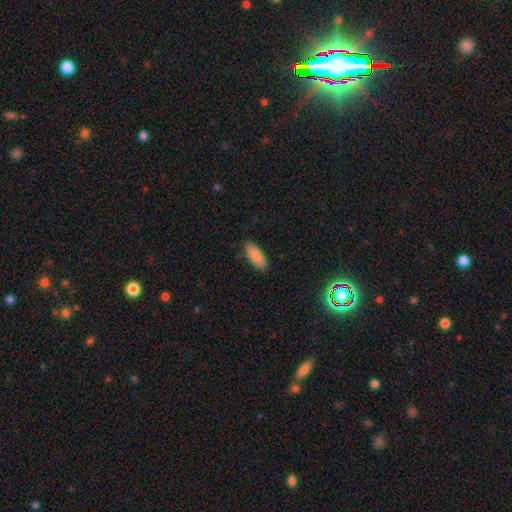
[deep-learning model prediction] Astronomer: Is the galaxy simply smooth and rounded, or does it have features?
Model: smooth — 88%.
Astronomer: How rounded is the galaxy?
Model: in between — 82%.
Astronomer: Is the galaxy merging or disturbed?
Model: none — 81%.